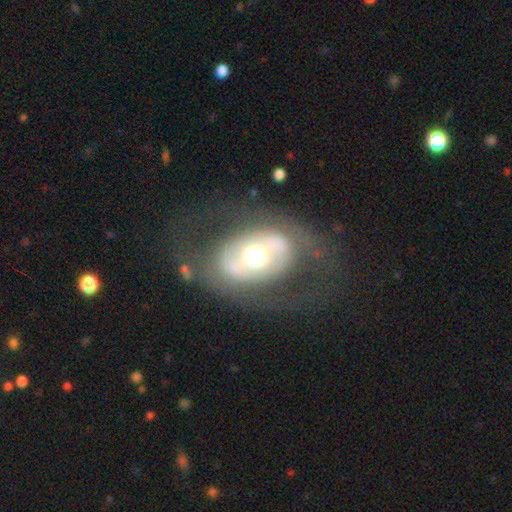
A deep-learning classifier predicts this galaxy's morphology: The model was most divided on "smooth or featured": featured or disk: 57%, smooth: 35%, star or artifact: 8%. More confident: edge-on disk — no (92%); spiral arms — no (75%); merging — none (66%); bar — no (61%); bulge size — moderate (61%).